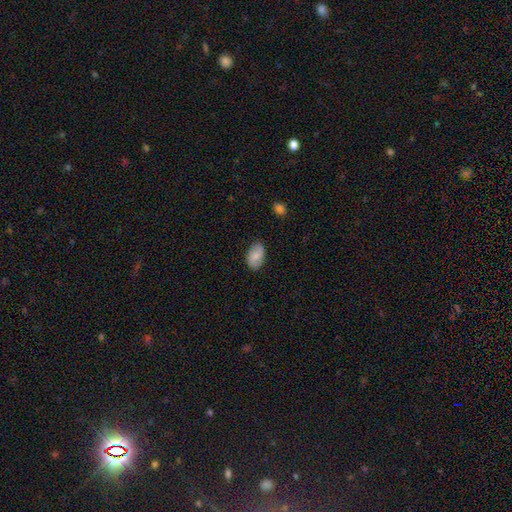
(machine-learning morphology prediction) Q: Smooth or featured?
A: smooth (63%); runner-up: featured or disk (30%)
Q: How rounded?
A: in between (90%); runner-up: round (8%)
Q: Merging?
A: none (80%); runner-up: minor disturbance (16%)